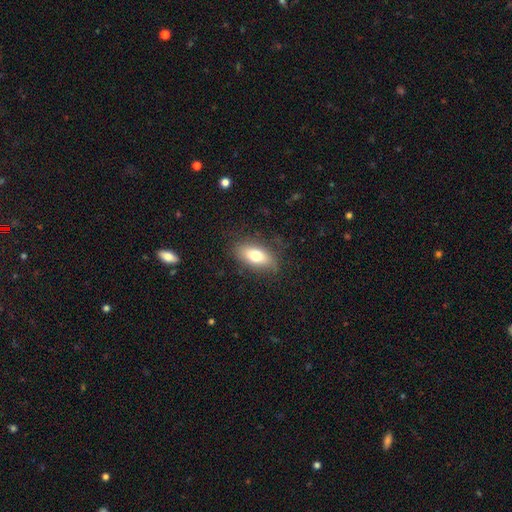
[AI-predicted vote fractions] The model was most divided on "smooth or featured": smooth: 73%, featured or disk: 19%, star or artifact: 8%. More confident: how rounded — in between (84%); merging — none (79%).